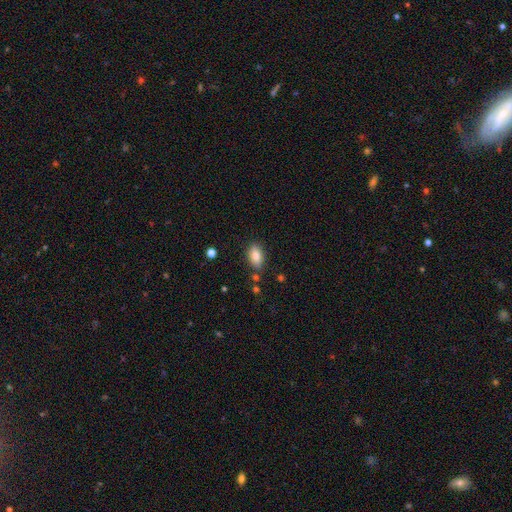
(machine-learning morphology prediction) Smooth or featured: smooth — 83% (featured or disk — 9%)
How rounded: in between — 89% (round — 6%)
Merging: none — 82% (minor disturbance — 12%)